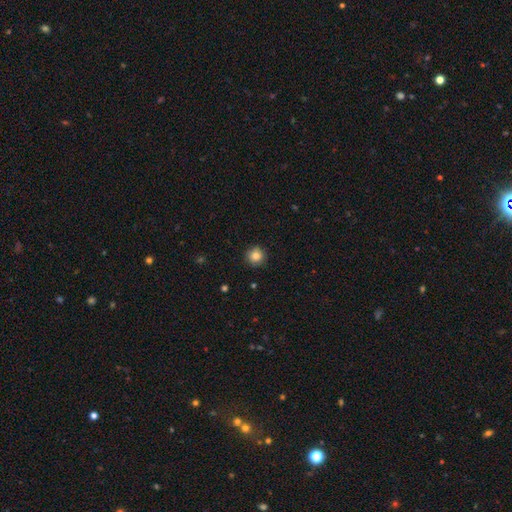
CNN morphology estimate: A smooth galaxy with no disk features (83%) that is round (95%).

Vote fractions:
- Smooth or featured? smooth: 83% / star or artifact: 10% / featured or disk: 7%
- How rounded? round: 95% / in between: 4% / cigar-shaped: 1%
- Merging? none: 89% / minor disturbance: 8% / major disturbance: 2% / merger: 1%